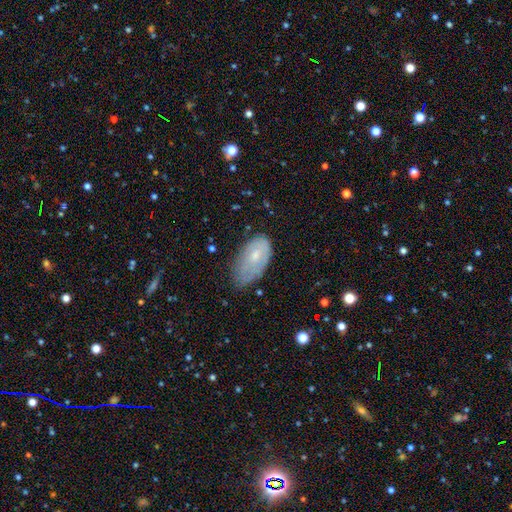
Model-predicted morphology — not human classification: smooth_or_featured: smooth (p=0.59) [alt: featured or disk p=0.33]
how_rounded: in between (p=0.93) [alt: round p=0.04]
merging: none (p=0.45) [alt: minor disturbance p=0.40]